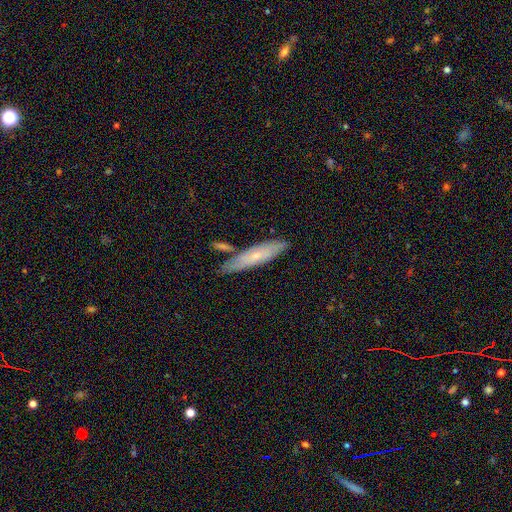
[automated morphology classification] This is possibly a smooth galaxy (58%). How rounded: likely cigar-shaped (80%). Merging: likely none (73%).